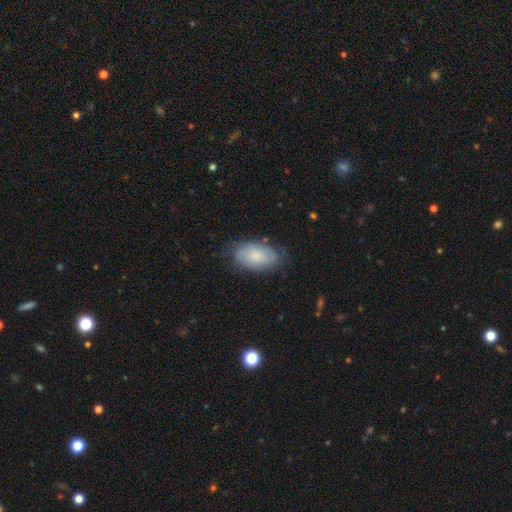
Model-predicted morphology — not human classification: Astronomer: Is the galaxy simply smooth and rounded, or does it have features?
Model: smooth — 64%.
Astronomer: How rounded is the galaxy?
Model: in between — 93%.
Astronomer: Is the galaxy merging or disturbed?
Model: none — 68%.